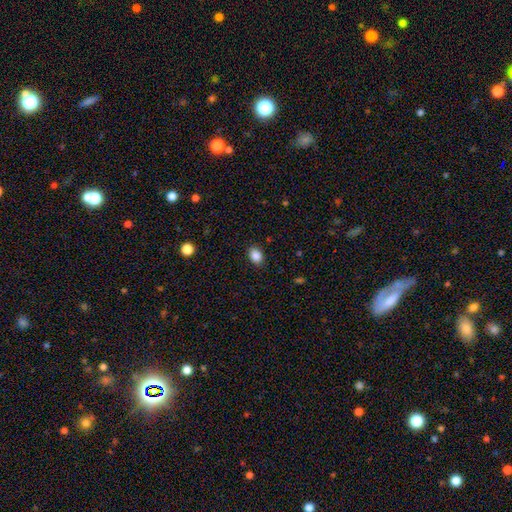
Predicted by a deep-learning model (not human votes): smooth-or-featured: smooth: 86% | star or artifact: 9% | featured or disk: 4%
  how-rounded: in between: 71% | round: 28% | cigar-shaped: 1%
  merging: none: 88% | minor disturbance: 9% | major disturbance: 2% | merger: 1%